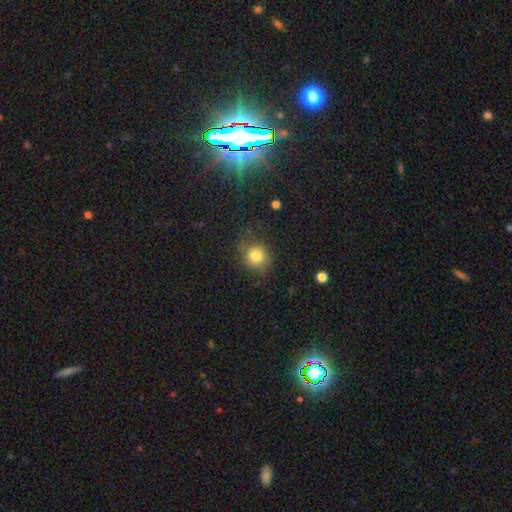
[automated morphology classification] Smooth or featured? smooth (78%)
How rounded? round (85%)
Merging? none (69%)